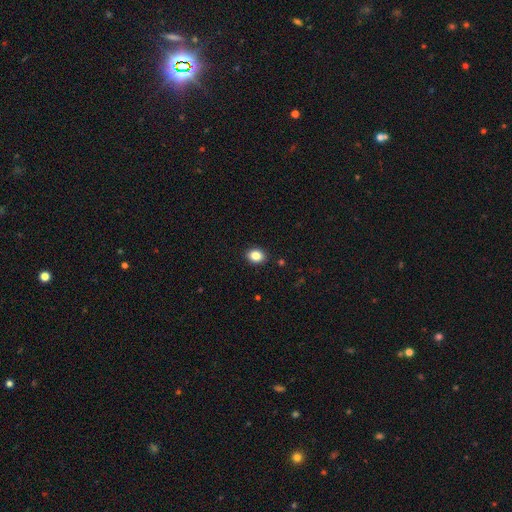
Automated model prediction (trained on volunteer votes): smooth-or-featured: smooth: 86% | star or artifact: 9% | featured or disk: 5%
  how-rounded: in between: 55% | round: 44% | cigar-shaped: 1%
  merging: none: 90% | minor disturbance: 7% | major disturbance: 2% | merger: 1%